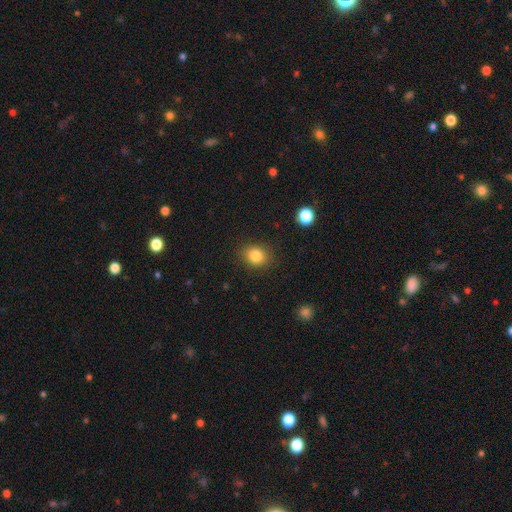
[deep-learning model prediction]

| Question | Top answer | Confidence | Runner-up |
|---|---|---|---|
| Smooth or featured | smooth | 83% | star or artifact (11%) |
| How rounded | round | 55% | in between (44%) |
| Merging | none | 85% | minor disturbance (11%) |